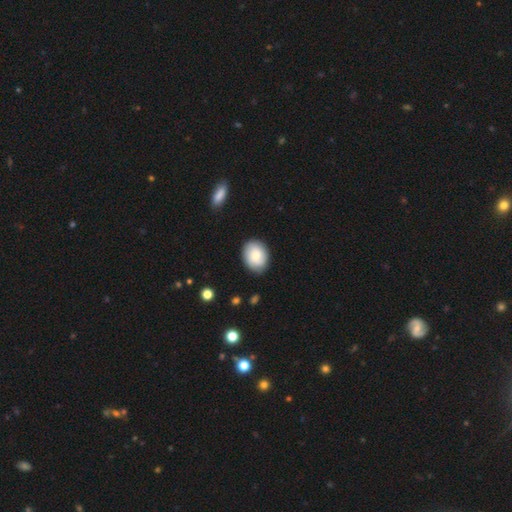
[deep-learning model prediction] The model was most divided on "how rounded": in between: 60%, round: 39%, cigar-shaped: 1%. More confident: merging — none (83%); smooth or featured — smooth (73%).